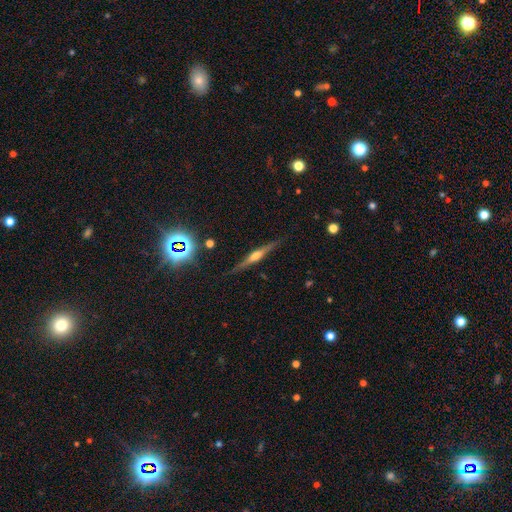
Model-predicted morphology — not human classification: Smooth or featured: featured or disk — 73% (smooth — 18%)
Edge-on disk: yes — 97% (no — 3%)
Edge-on bulge: rounded — 83% (boxy — 11%)
Merging: none — 86% (minor disturbance — 10%)